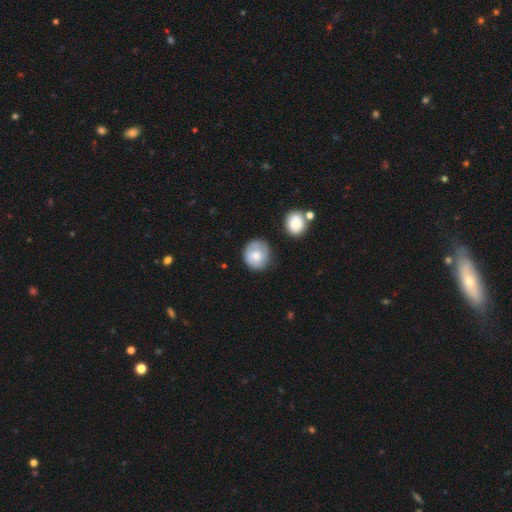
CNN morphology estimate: A smooth galaxy with no disk features (58%) that is round (86%).

Vote fractions:
- Smooth or featured? smooth: 58% / featured or disk: 34% / star or artifact: 7%
- How rounded? round: 86% / in between: 14% / cigar-shaped: 1%
- Merging? none: 76% / minor disturbance: 17% / major disturbance: 4% / merger: 3%